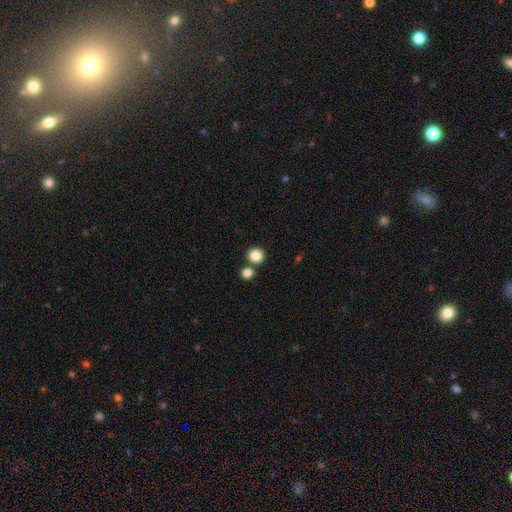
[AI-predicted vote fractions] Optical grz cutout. It shows a smooth galaxy with no disk features (84%) that is round (93%). Merging: none (76%).